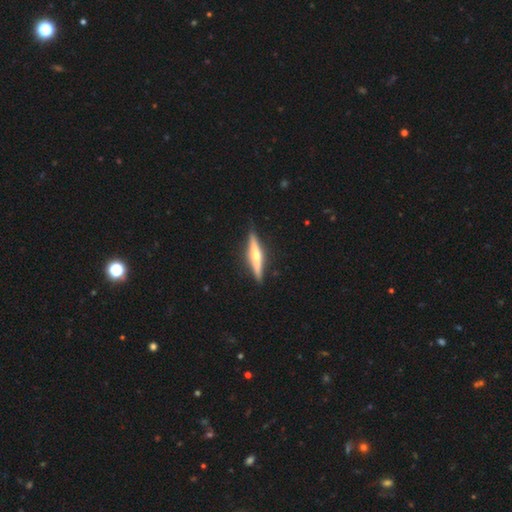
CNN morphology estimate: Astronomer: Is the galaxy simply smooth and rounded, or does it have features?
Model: featured or disk — 66%.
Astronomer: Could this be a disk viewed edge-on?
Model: yes — 97%.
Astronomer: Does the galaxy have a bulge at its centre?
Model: rounded — 84%.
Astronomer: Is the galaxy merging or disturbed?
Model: none — 89%.